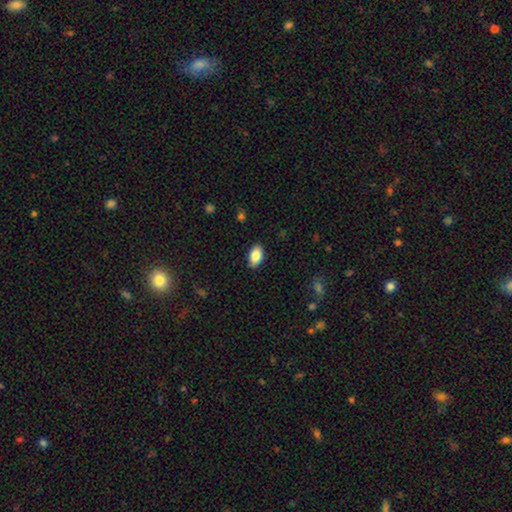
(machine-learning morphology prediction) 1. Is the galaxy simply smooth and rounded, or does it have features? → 84% smooth, 9% featured or disk, 7% star or artifact.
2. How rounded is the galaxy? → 91% in between, 6% round, 2% cigar-shaped.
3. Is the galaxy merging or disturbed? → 87% none, 10% minor disturbance, 2% major disturbance, 1% merger.